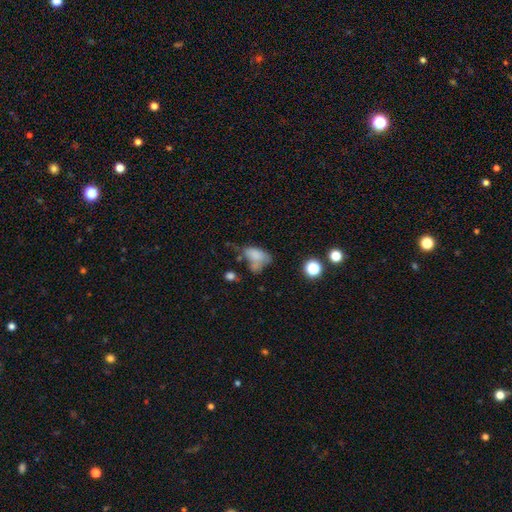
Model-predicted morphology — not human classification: A smooth galaxy with no disk features (71%) that is in between round and cigar-shaped (88%).

Vote fractions:
- Smooth or featured? smooth: 71% / featured or disk: 17% / star or artifact: 12%
- How rounded? in between: 88% / round: 10% / cigar-shaped: 3%
- Merging? major disturbance: 26% / none: 25% / merger: 25% / minor disturbance: 24%